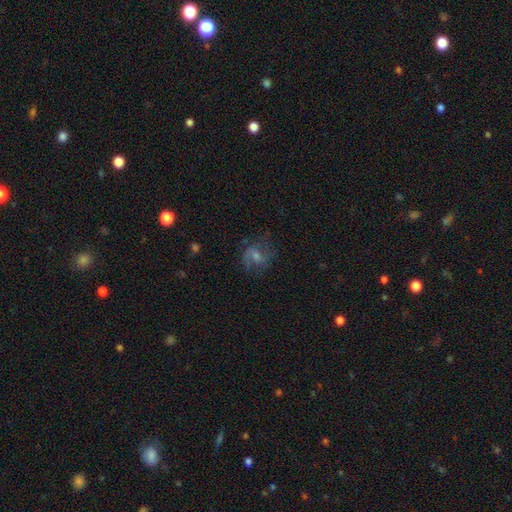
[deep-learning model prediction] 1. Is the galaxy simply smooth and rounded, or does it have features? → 62% featured or disk, 22% smooth, 16% star or artifact.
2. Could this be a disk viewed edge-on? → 97% no, 3% yes.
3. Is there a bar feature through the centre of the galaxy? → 45% weak, 44% no, 11% strong.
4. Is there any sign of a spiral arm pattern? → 88% yes, 12% no.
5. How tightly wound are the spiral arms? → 48% medium, 33% loose, 19% tight.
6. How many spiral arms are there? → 64% 2, 17% can't tell, 7% 1, 7% 3, 2% 4, 2% more than 4.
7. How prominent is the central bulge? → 45% moderate, 44% small, 6% none, 4% large, 1% dominant.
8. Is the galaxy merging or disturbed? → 70% none, 17% minor disturbance, 12% major disturbance, 2% merger.